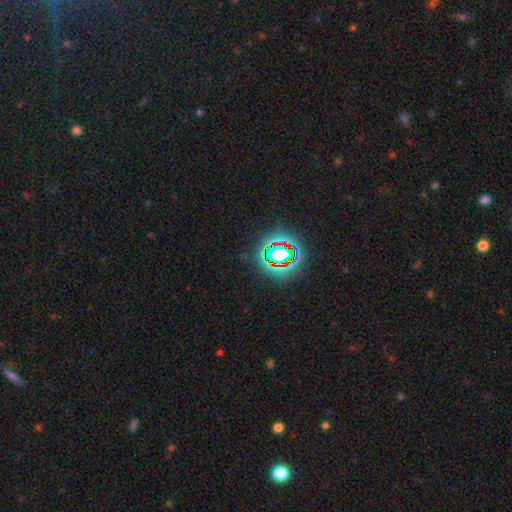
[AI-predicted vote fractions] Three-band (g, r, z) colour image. It shows a star or artifact, not a galaxy (74%).